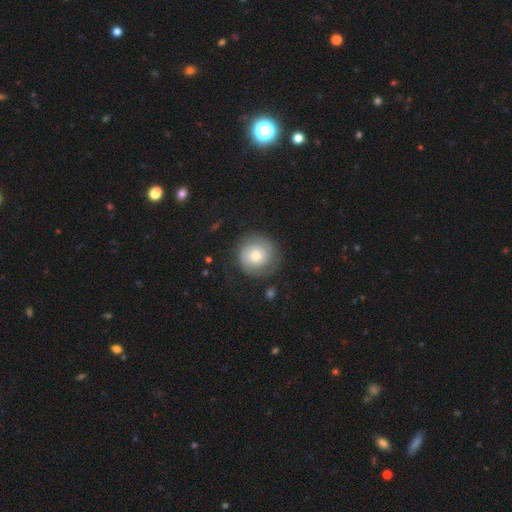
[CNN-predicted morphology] This appears to be a smooth galaxy with no disk features (56%) that is round (93%). Merging: none (73%).